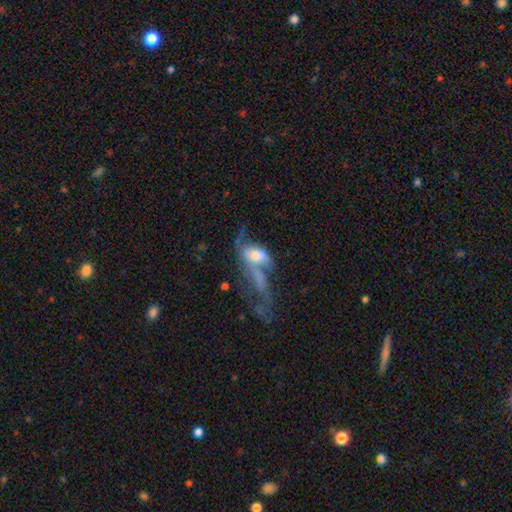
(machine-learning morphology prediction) smooth-or-featured: featured or disk: 53% | smooth: 37% | star or artifact: 10%
  disk-edge-on: no: 90% | yes: 10%
  merging: merger: 42% | major disturbance: 34% | none: 14% | minor disturbance: 10%